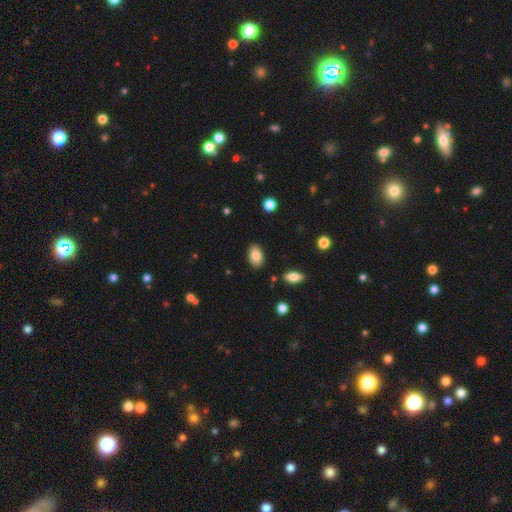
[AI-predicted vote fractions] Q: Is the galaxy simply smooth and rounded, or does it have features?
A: smooth — 84%.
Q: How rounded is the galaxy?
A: in between — 92%.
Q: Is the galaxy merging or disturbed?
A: none — 85%.